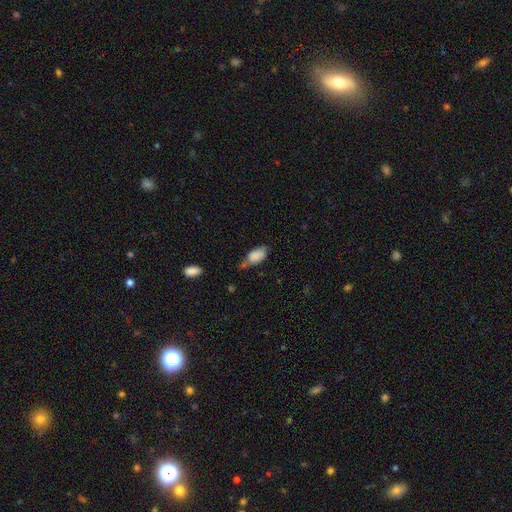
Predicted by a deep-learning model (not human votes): smooth-or-featured: smooth: 83% | featured or disk: 10% | star or artifact: 8%
  how-rounded: in between: 90% | cigar-shaped: 6% | round: 4%
  merging: minor disturbance: 38% | none: 37% | major disturbance: 13% | merger: 12%